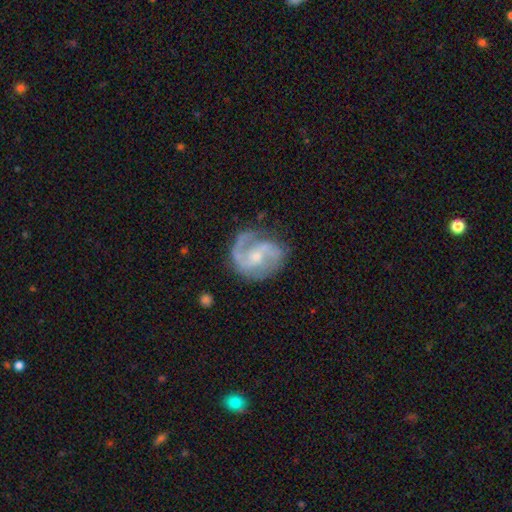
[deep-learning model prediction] Morphology: type=featured or disk (86%); edge-on=no (98%); bar=no (44%, tied with weak); spiral arms=yes (96%); winding=medium (54%); arm count=2 (77%); bulge=small (58%); merging=none (67%).